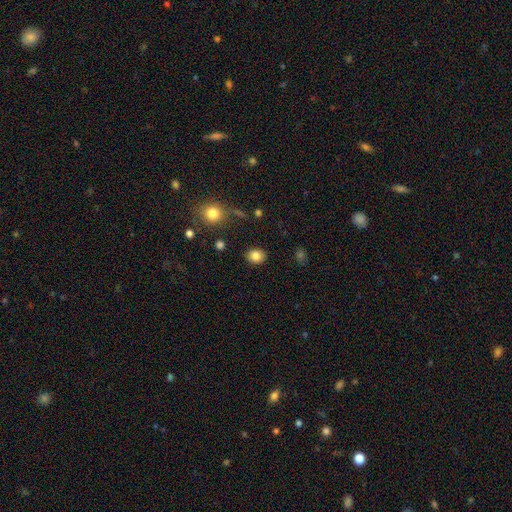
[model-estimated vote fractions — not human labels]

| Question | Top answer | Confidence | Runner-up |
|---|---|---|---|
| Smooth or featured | smooth | 83% | star or artifact (10%) |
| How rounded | round | 56% | in between (43%) |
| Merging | none | 87% | minor disturbance (8%) |